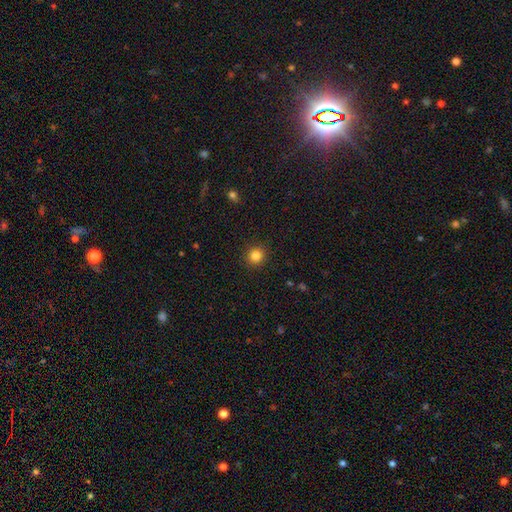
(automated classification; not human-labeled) Smooth or featured? smooth (84%)
How rounded? round (91%)
Merging? none (91%)